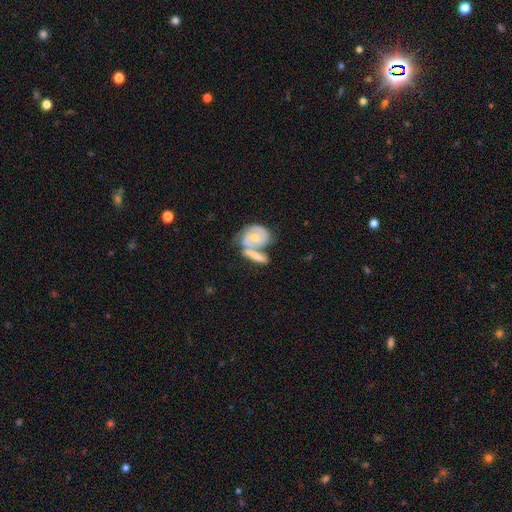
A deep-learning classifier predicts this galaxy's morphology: This appears to be a featured or disk galaxy (52%). Merging: merger (50%).